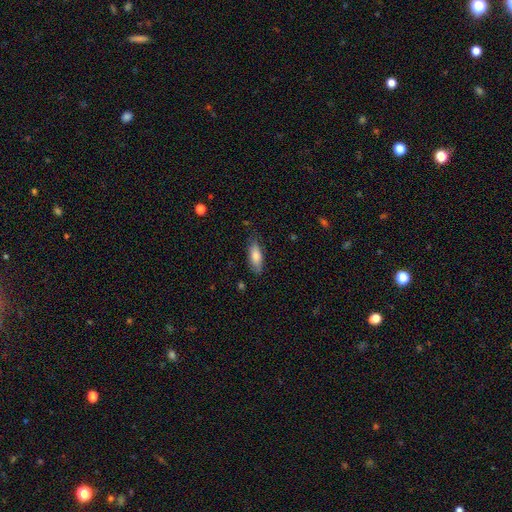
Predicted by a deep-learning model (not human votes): Q: Smooth or featured?
A: smooth (80%); runner-up: featured or disk (14%)
Q: How rounded?
A: in between (75%); runner-up: cigar-shaped (24%)
Q: Merging?
A: none (78%); runner-up: minor disturbance (17%)